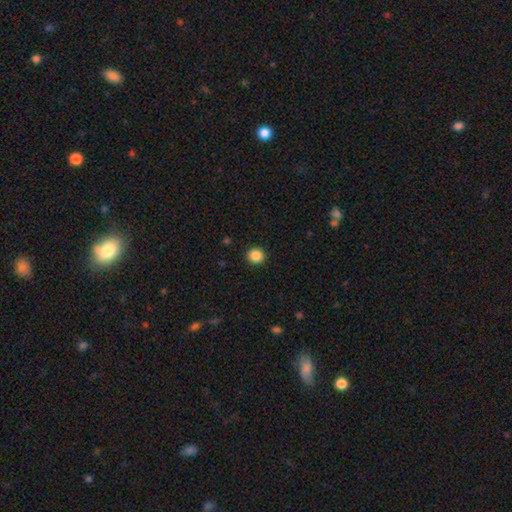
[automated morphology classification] type=smooth (87%); roundness=round (93%); merging=none (93%).